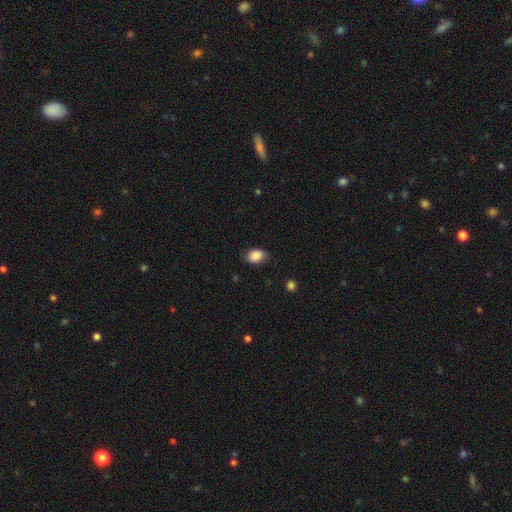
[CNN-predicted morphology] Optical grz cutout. It shows a smooth galaxy with no disk features (88%) that is in between round and cigar-shaped (76%). Merging: none (79%).